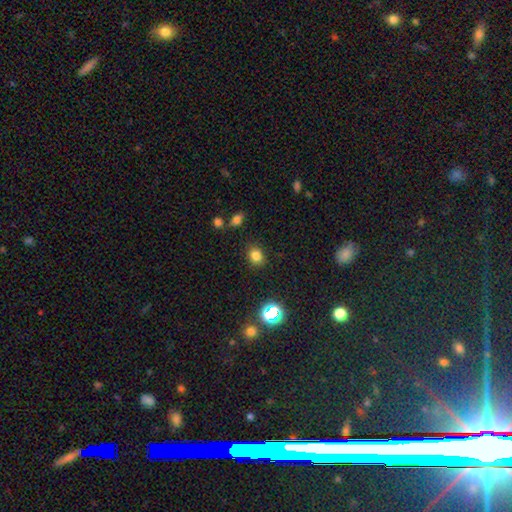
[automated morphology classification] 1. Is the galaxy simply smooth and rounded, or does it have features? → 79% smooth, 16% star or artifact, 5% featured or disk.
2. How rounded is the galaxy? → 68% round, 31% in between, 1% cigar-shaped.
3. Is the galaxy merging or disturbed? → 86% none, 9% minor disturbance, 3% major disturbance, 2% merger.